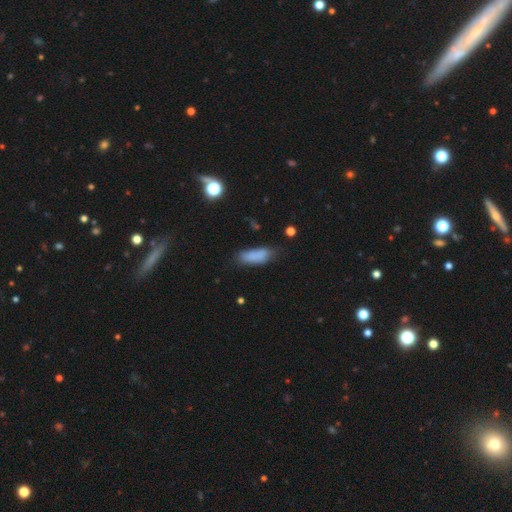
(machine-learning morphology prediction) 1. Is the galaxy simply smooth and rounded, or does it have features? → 83% smooth, 9% featured or disk, 9% star or artifact.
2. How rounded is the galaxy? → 65% in between, 33% cigar-shaped, 2% round.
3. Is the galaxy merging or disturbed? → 63% none, 27% minor disturbance, 7% major disturbance, 3% merger.